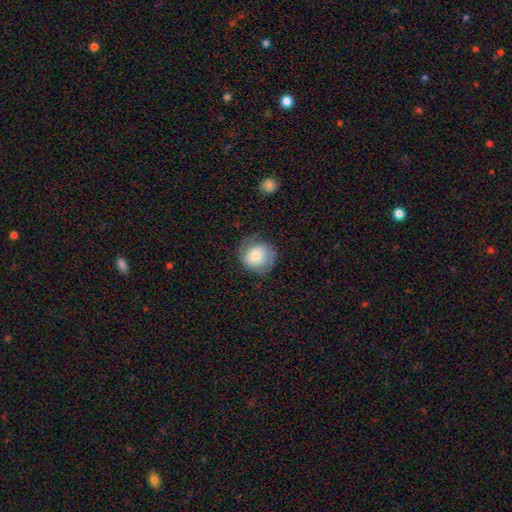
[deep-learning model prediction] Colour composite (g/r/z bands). It shows a smooth galaxy with no disk features (70%) that is round (84%). Merging: none (66%).